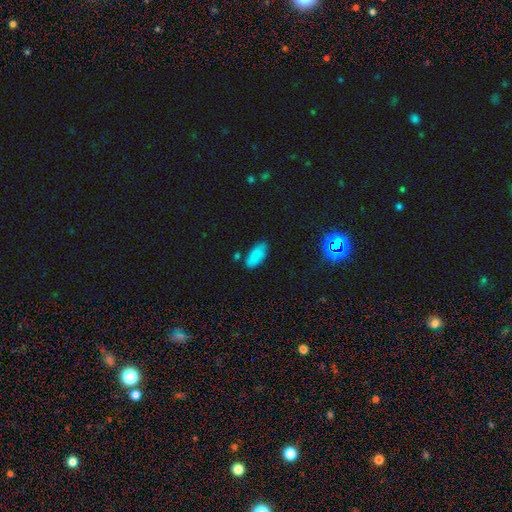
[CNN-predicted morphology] Smooth or featured: smooth — 85% (star or artifact — 9%)
How rounded: in between — 87% (cigar-shaped — 11%)
Merging: none — 74% (minor disturbance — 17%)